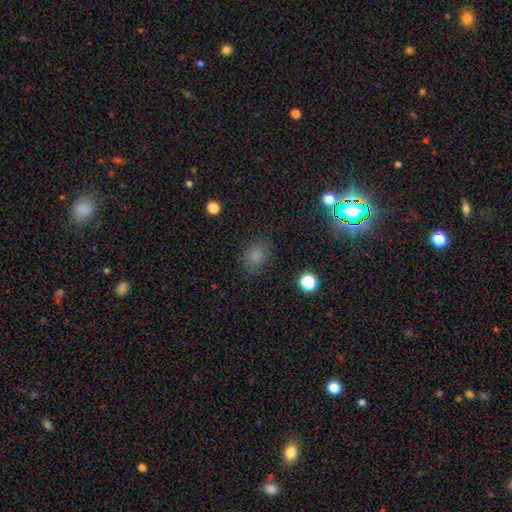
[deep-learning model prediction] Smooth or featured?
  - smooth: 75% *
  - star or artifact: 19%
  - featured or disk: 6%
How rounded?
  - in between: 58% *
  - round: 40%
  - cigar-shaped: 1%
Merging?
  - none: 79% *
  - minor disturbance: 14%
  - major disturbance: 5%
  - merger: 2%